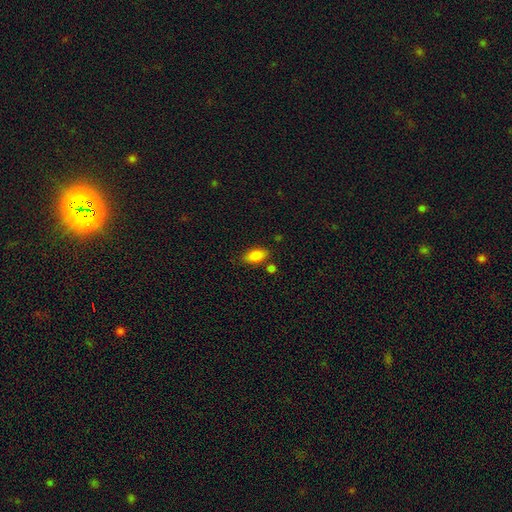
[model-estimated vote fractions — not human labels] Overall: smooth (86%). How rounded: in between (90%). Merging: none (77%).